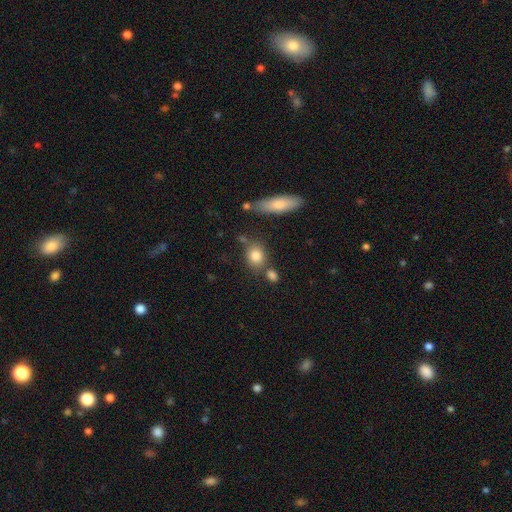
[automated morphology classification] A smooth galaxy with no disk features (82%) that is round (55%).

Vote fractions:
- Smooth or featured? smooth: 82% / featured or disk: 9% / star or artifact: 9%
- How rounded? round: 55% / in between: 41% / cigar-shaped: 4%
- Merging? none: 66% / merger: 15% / minor disturbance: 14% / major disturbance: 5%